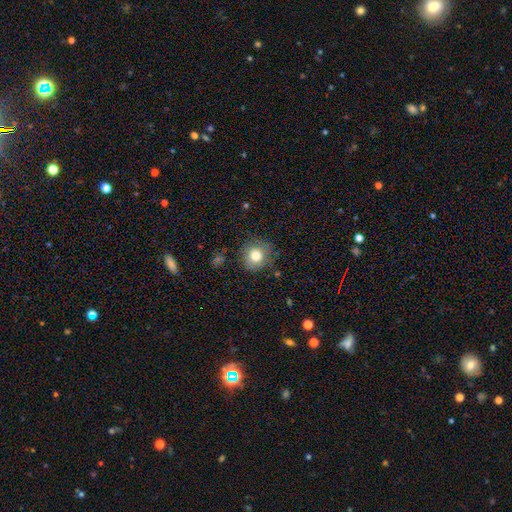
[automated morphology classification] Smooth or featured: smooth — 79% (star or artifact — 11%)
How rounded: round — 88% (in between — 11%)
Merging: none — 78% (minor disturbance — 16%)